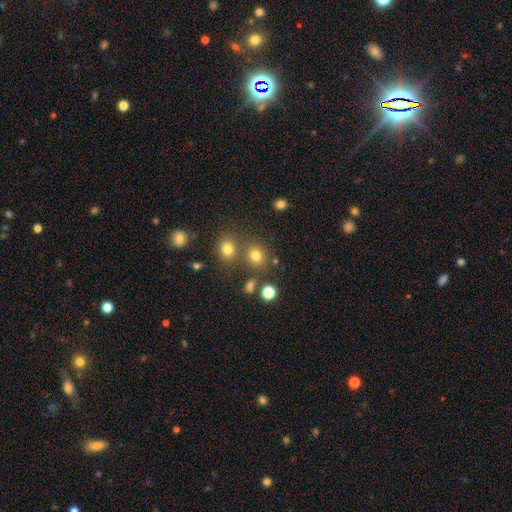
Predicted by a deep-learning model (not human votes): smooth 74%, star or artifact 18%, featured or disk 8%. Down the decision tree: how rounded — round (73%); merging — none (67%).